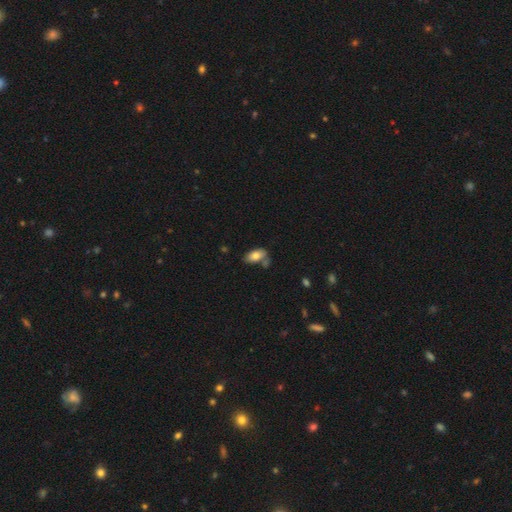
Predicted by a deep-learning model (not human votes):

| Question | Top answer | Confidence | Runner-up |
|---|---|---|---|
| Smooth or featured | smooth | 79% | featured or disk (14%) |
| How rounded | in between | 93% | cigar-shaped (4%) |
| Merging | none | 58% | minor disturbance (19%) |